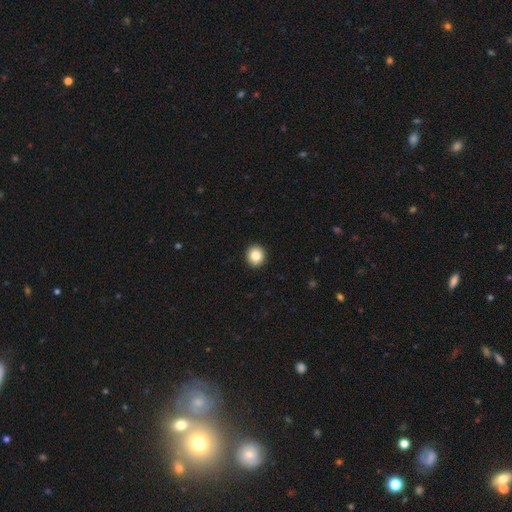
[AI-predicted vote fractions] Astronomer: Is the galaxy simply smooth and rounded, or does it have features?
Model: smooth — 84%.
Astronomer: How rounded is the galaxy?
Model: round — 86%.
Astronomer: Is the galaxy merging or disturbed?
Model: none — 93%.